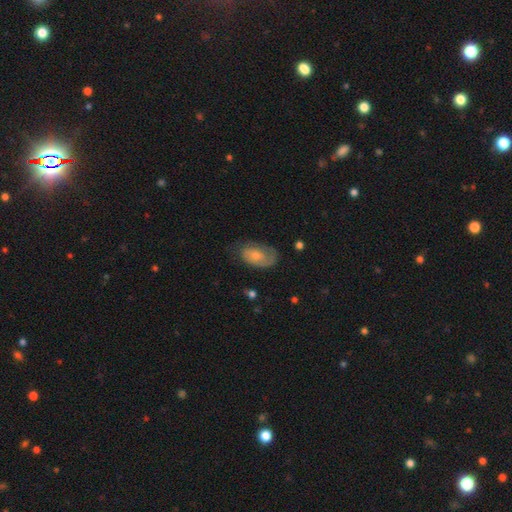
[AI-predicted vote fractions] Smooth or featured? smooth (50%)
How rounded? in between (90%)
Merging? none (57%)